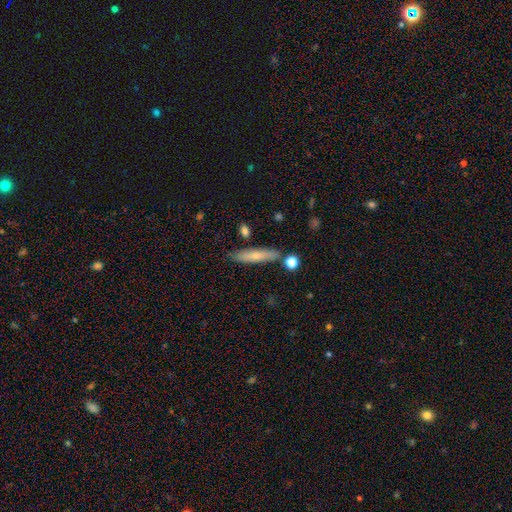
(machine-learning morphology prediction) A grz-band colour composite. It shows a smooth galaxy with no disk features (66%) that is cigar-shaped (86%). Merging: none (81%).